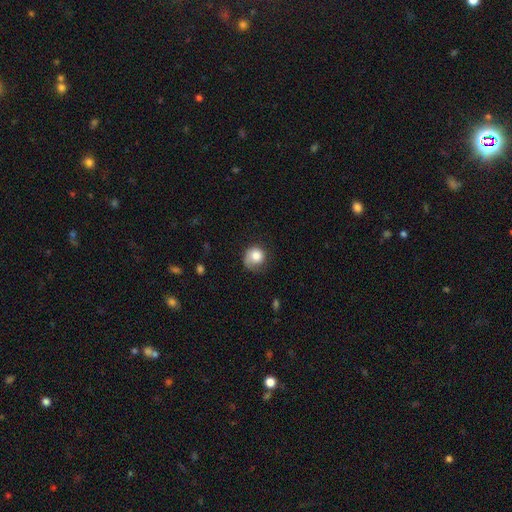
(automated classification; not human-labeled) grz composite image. It shows a smooth galaxy with no disk features (73%) that is round (82%). Merging: none (51%).